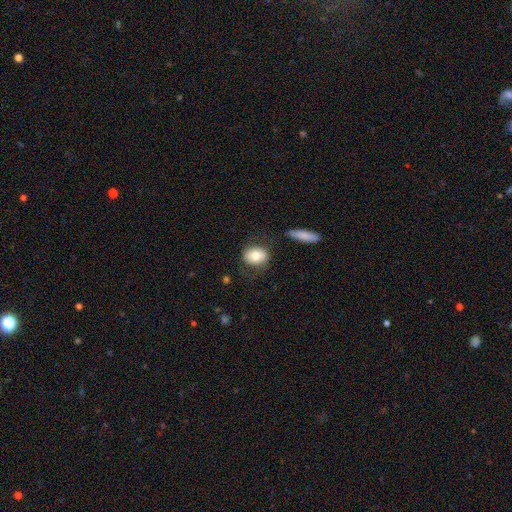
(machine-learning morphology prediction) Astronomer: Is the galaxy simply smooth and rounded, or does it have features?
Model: smooth — 75%.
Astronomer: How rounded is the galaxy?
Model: in between — 53% (runner-up: round, 45%).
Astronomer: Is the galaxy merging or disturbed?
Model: none — 70%.